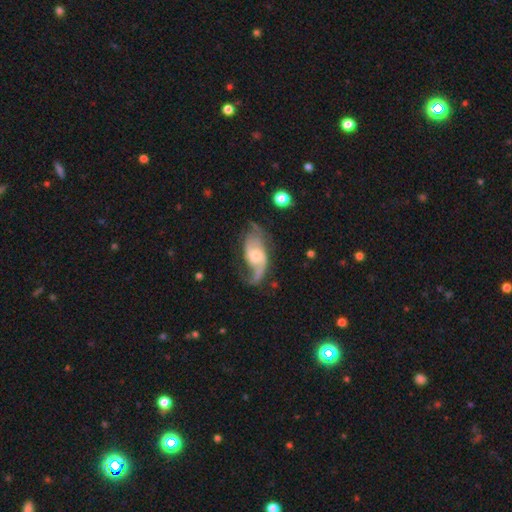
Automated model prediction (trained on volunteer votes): Smooth or featured? Predicted: featured or disk (p=0.82). Edge-on disk? Predicted: no (p=0.96). Bar? Predicted: no (p=0.56). Spiral arms? Predicted: yes (p=0.94). Spiral winding? Predicted: loose (p=0.49). Spiral arm count? Predicted: 2 (p=0.75). Bulge size? Predicted: moderate (p=0.43). Merging? Predicted: none (p=0.54).